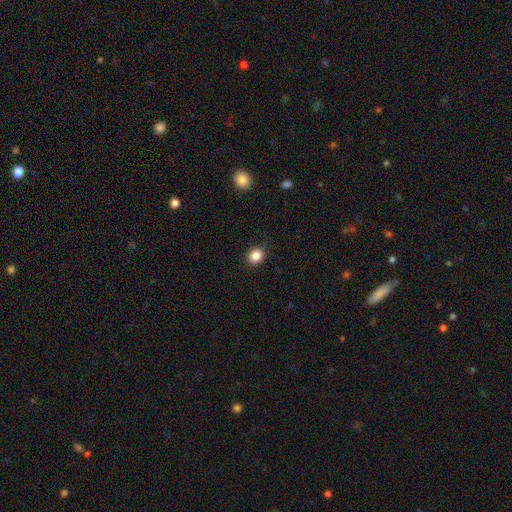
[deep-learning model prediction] A smooth galaxy with no disk features (85%) that is round (78%).

Vote fractions:
- Smooth or featured? smooth: 85% / star or artifact: 11% / featured or disk: 4%
- How rounded? round: 78% / in between: 21% / cigar-shaped: 1%
- Merging? none: 86% / minor disturbance: 11% / major disturbance: 2% / merger: 1%